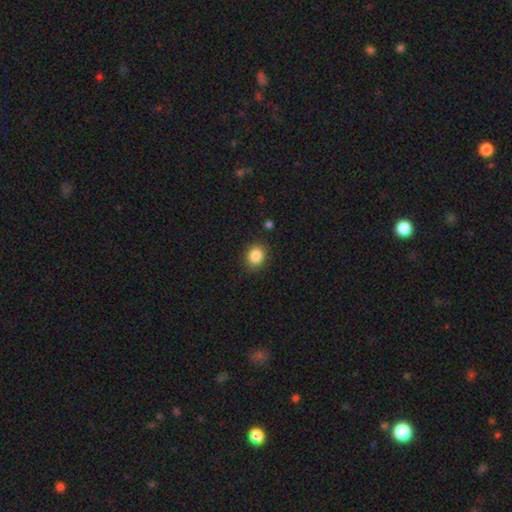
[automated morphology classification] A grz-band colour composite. It shows a smooth galaxy with no disk features (86%) that is round (63%). Merging: none (86%).